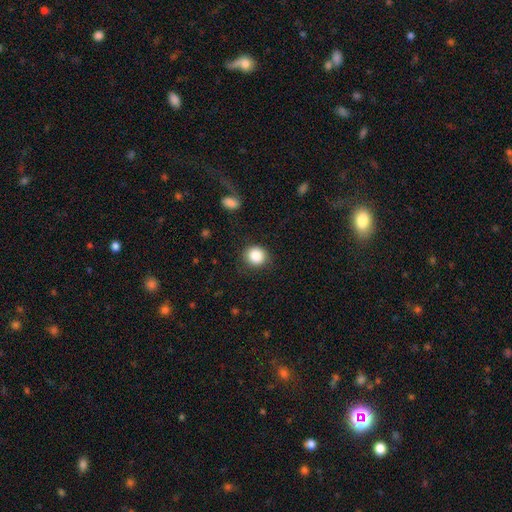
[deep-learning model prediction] The model was most divided on "how rounded": round: 83%, in between: 17%, cigar-shaped: 1%. More confident: smooth or featured — smooth (86%); merging — none (86%).